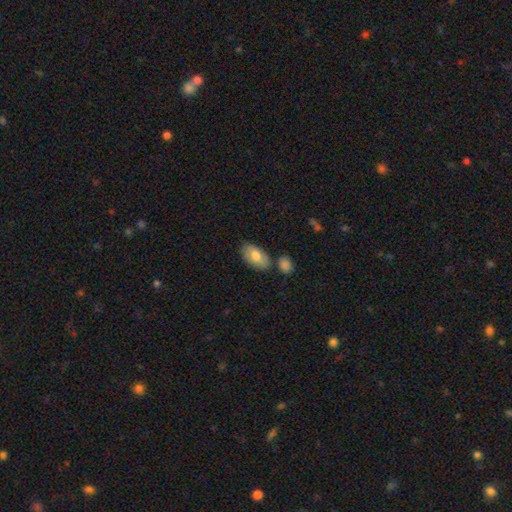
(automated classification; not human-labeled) smooth 73%, featured or disk 21%, star or artifact 6%. Down the decision tree: how rounded — in between (94%); merging — none (74%).